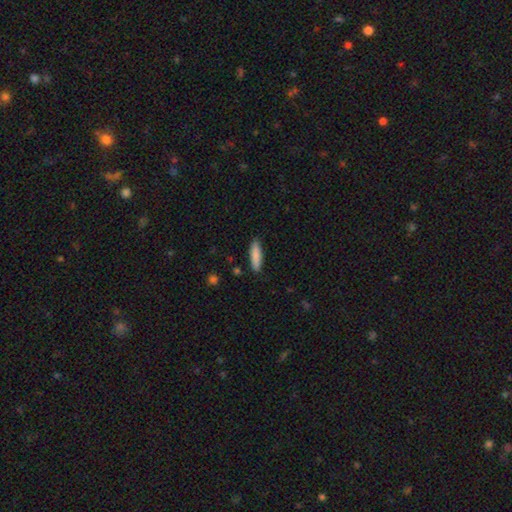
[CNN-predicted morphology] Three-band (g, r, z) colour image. It shows a smooth galaxy with no disk features (86%) that is cigar-shaped (66%). Merging: none (87%).